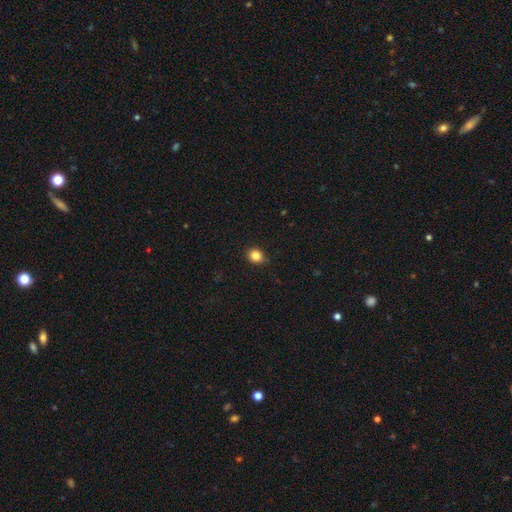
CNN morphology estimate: Smooth or featured? Predicted: smooth (p=0.84). How rounded? Predicted: round (p=0.71). Merging? Predicted: none (p=0.89).